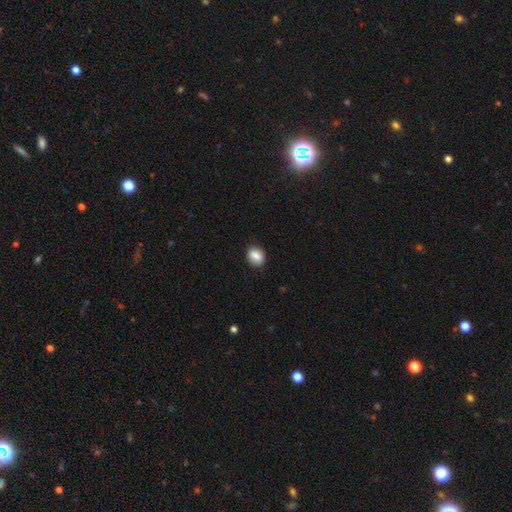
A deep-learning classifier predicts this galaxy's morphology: smooth 86%, star or artifact 8%, featured or disk 6%. Down the decision tree: how rounded — in between (54%); merging — none (86%).